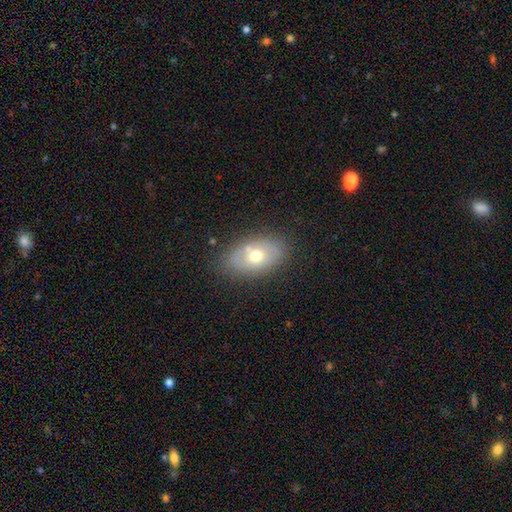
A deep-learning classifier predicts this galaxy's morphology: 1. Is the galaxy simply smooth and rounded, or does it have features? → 58% smooth, 33% featured or disk, 9% star or artifact.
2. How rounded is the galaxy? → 86% in between, 12% round, 2% cigar-shaped.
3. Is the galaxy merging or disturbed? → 74% none, 16% minor disturbance, 6% merger, 4% major disturbance.